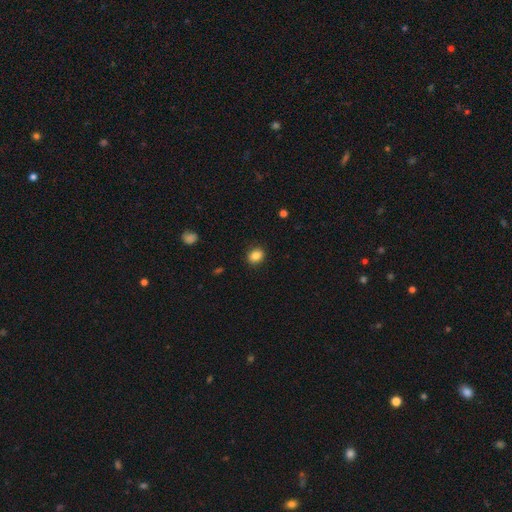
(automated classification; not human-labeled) Morphology: type=smooth (84%); roundness=round (60%); merging=none (89%).